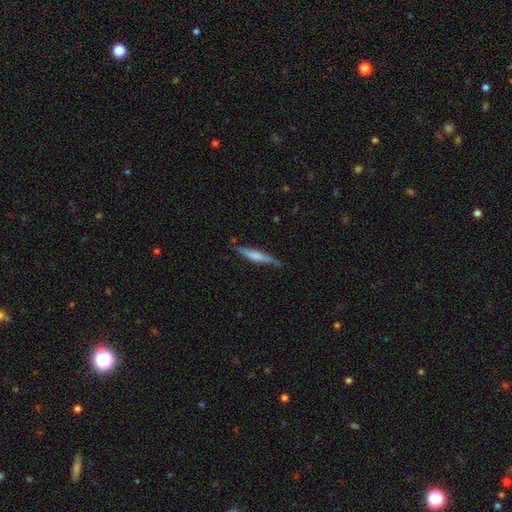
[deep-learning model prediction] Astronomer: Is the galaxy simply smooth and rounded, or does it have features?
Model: smooth — 58% (runner-up: featured or disk, 36%).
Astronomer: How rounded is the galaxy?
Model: cigar-shaped — 90%.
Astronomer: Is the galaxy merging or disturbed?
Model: none — 71%.